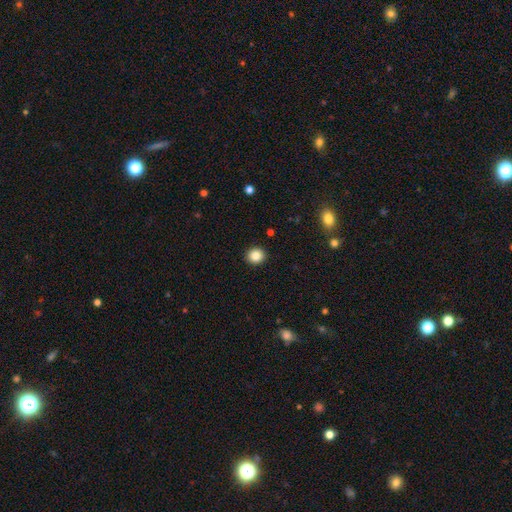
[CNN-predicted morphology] A smooth galaxy with no disk features (85%) that is round (86%). Merging: none (93%).